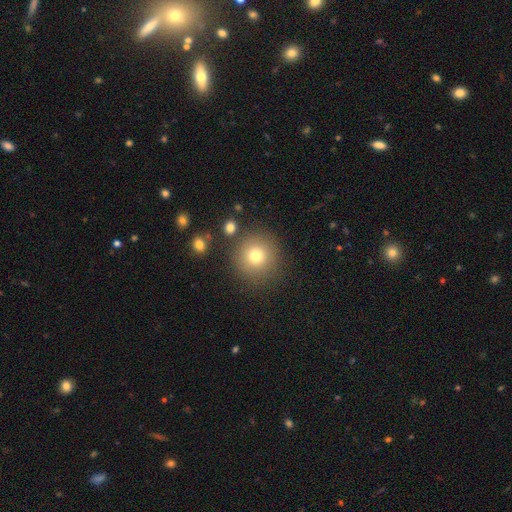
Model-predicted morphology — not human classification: smooth_or_featured: smooth (p=0.75) [alt: star or artifact p=0.13]
how_rounded: round (p=0.94) [alt: in between p=0.05]
merging: none (p=0.84) [alt: minor disturbance p=0.08]